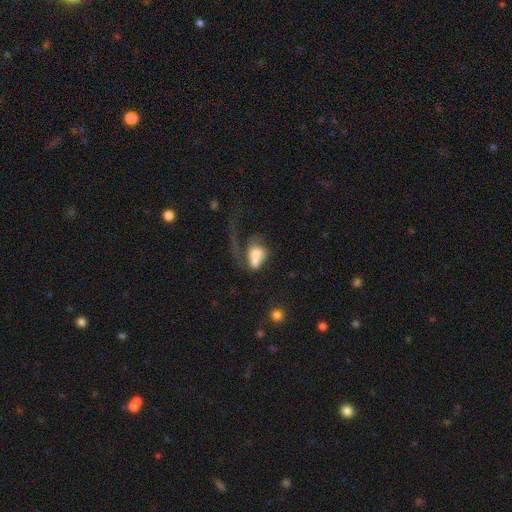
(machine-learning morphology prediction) Smooth or featured? Predicted: smooth (p=0.56). How rounded? Predicted: in between (p=0.66). Merging? Predicted: merger (p=0.58).